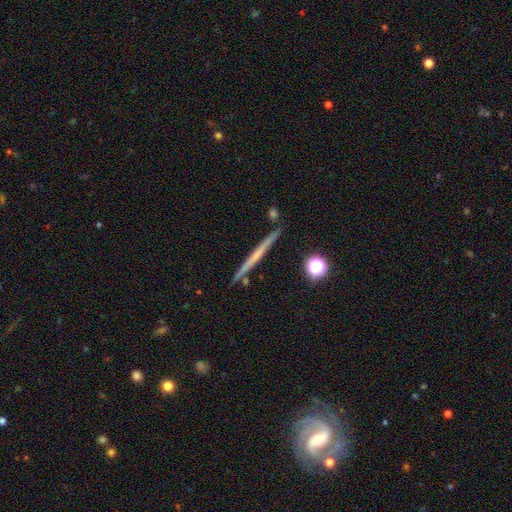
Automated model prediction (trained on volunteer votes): Overall: featured or disk (59%; smooth 34%). Edge-on disk: yes (97%). Edge-on bulge: none (73%). Merging: none (87%).